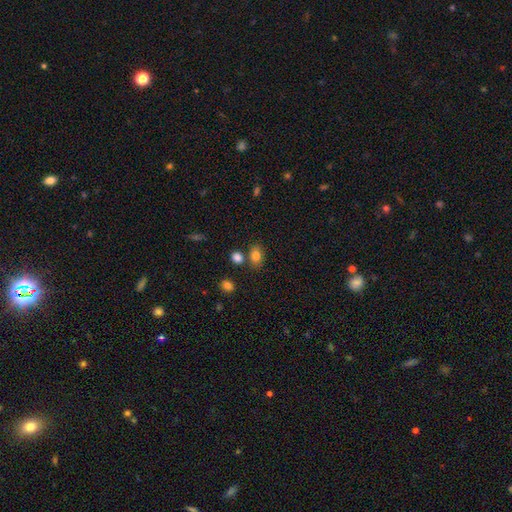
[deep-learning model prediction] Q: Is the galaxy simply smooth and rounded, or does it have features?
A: smooth — 82%.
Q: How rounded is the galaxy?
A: in between — 70%.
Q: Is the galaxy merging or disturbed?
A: none — 72%.